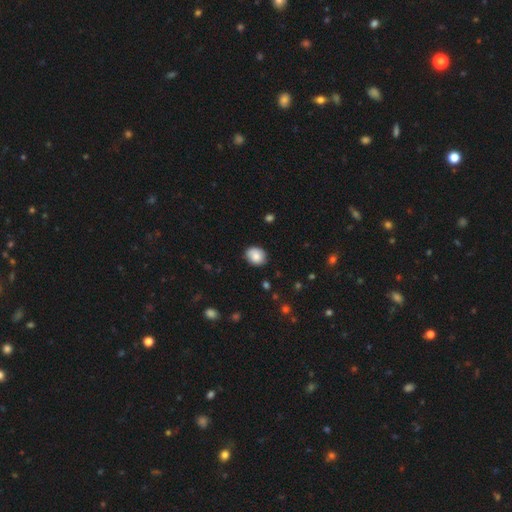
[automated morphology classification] Smooth or featured: smooth — 84% (featured or disk — 8%)
How rounded: round — 56% (in between — 43%)
Merging: none — 83% (minor disturbance — 14%)